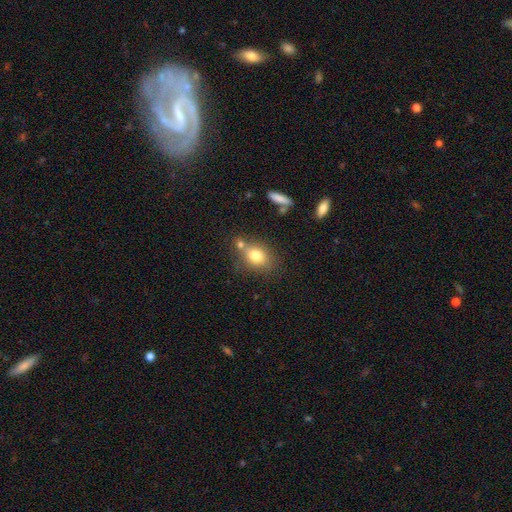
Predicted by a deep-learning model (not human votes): Smooth or featured? smooth (77%)
How rounded? in between (61%)
Merging? none (59%)